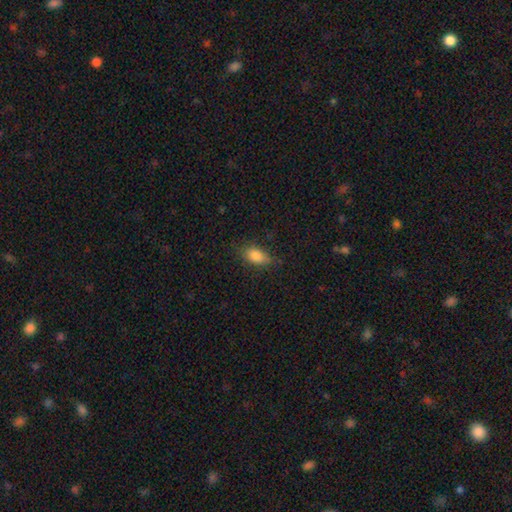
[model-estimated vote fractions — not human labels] smooth_or_featured: smooth (p=0.83) [alt: star or artifact p=0.09]
how_rounded: in between (p=0.87) [alt: round p=0.08]
merging: none (p=0.73) [alt: minor disturbance p=0.20]